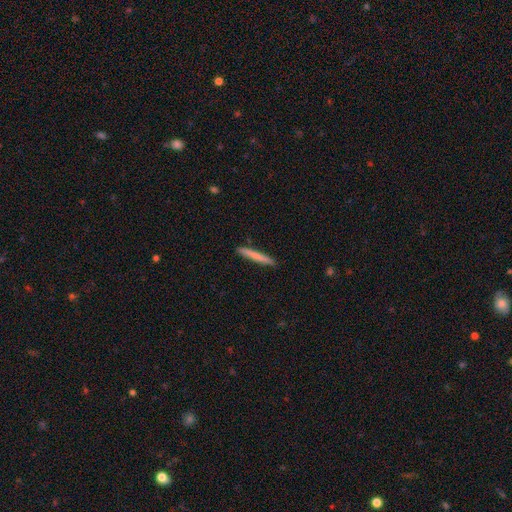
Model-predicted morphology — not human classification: Smooth or featured: smooth — 76% (featured or disk — 19%)
How rounded: cigar-shaped — 96% (in between — 3%)
Merging: none — 91% (minor disturbance — 6%)